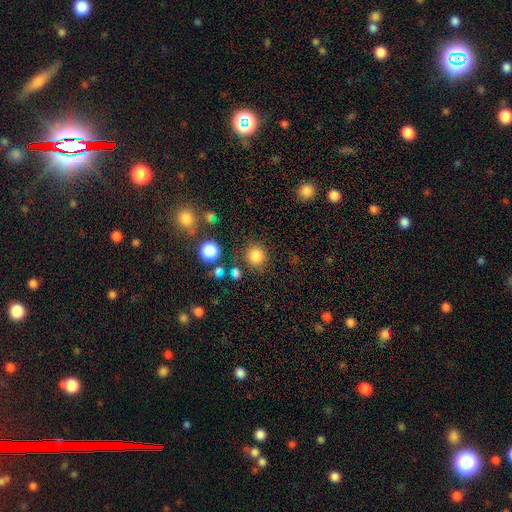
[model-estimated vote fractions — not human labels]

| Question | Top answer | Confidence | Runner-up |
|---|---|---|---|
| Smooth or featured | smooth | 82% | star or artifact (13%) |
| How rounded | round | 91% | in between (8%) |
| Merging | none | 81% | minor disturbance (10%) |